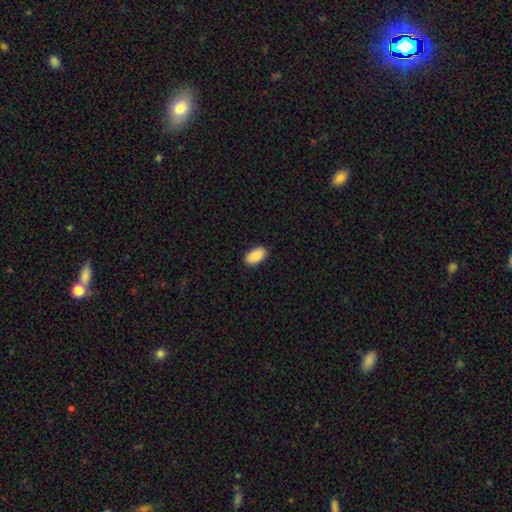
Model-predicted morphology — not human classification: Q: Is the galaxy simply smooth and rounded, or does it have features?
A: smooth — 89%.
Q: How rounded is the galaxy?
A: in between — 95%.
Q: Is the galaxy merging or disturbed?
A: none — 90%.